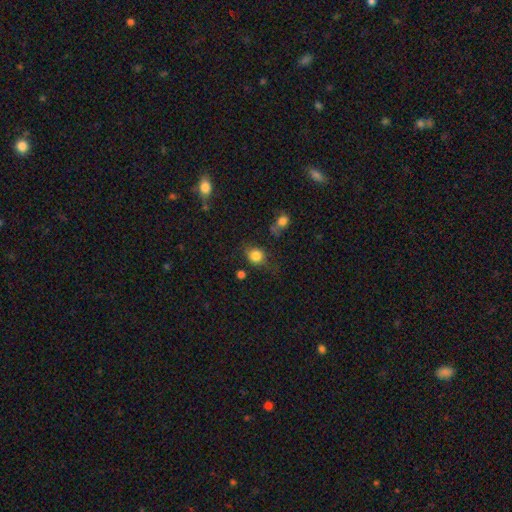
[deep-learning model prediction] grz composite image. It shows a smooth galaxy with no disk features (81%) that is round (77%). Merging: none (66%).